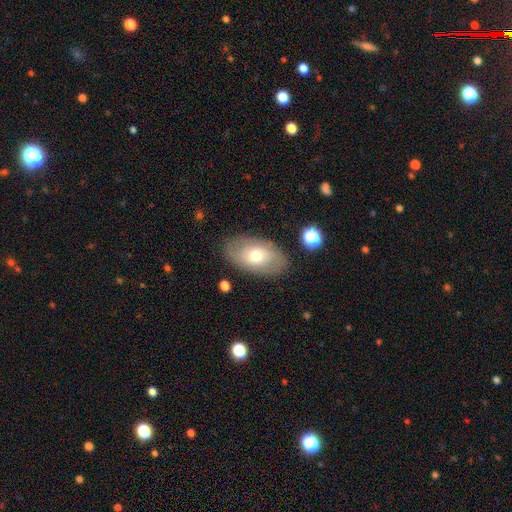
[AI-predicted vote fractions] This appears to be a smooth galaxy with no disk features (58%) that is in between round and cigar-shaped (91%). Merging: none (83%).